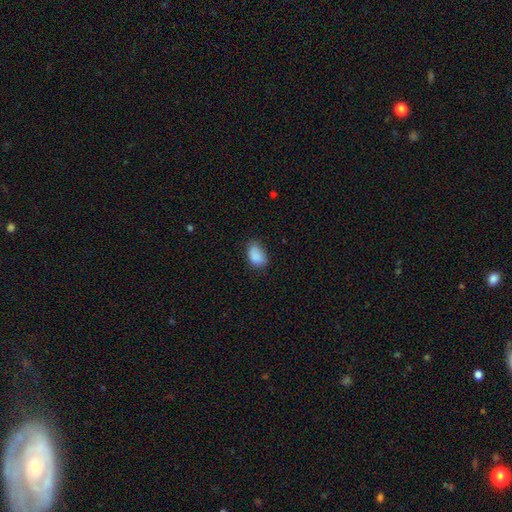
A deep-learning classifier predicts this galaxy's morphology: Q: Smooth or featured?
A: smooth (89%); runner-up: star or artifact (8%)
Q: How rounded?
A: in between (90%); runner-up: round (9%)
Q: Merging?
A: none (70%); runner-up: minor disturbance (24%)